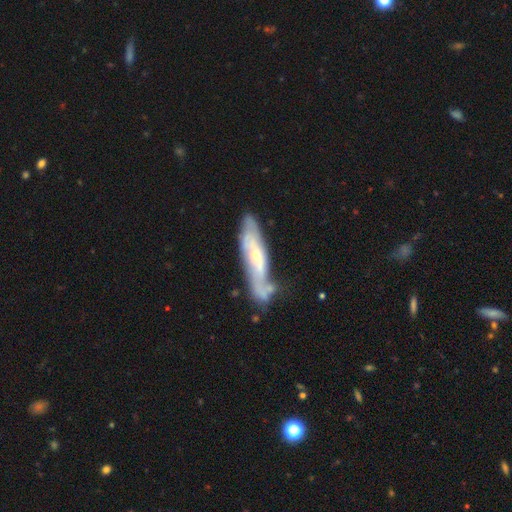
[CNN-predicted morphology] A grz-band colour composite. It shows a featured or disk galaxy (72%). Merging: none (51%).